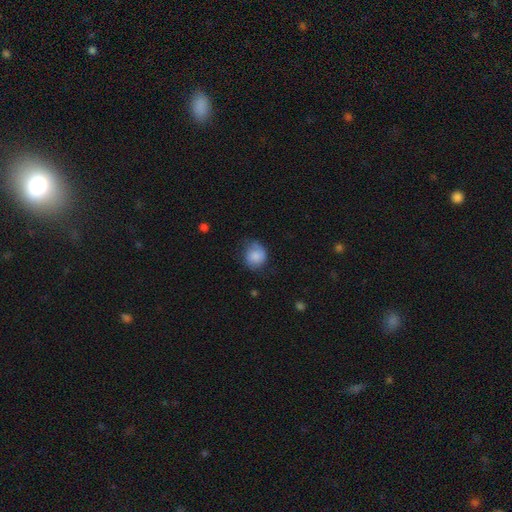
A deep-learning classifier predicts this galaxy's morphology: Smooth or featured?
  - smooth: 78% *
  - featured or disk: 14%
  - star or artifact: 8%
How rounded?
  - round: 76% *
  - in between: 23%
  - cigar-shaped: 1%
Merging?
  - none: 58% *
  - minor disturbance: 30%
  - major disturbance: 10%
  - merger: 2%